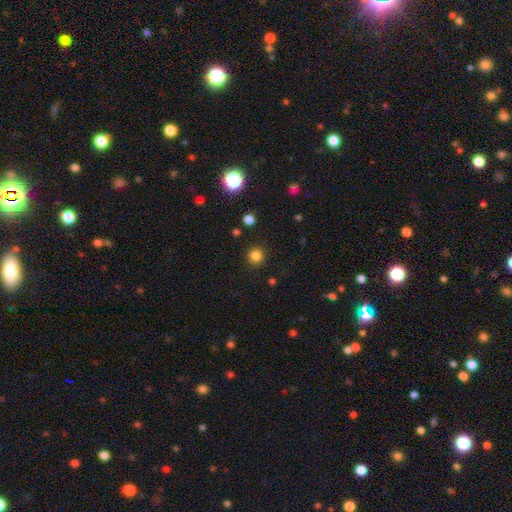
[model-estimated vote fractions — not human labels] This appears to be a smooth galaxy with no disk features (82%) that is round (93%). Merging: none (91%).